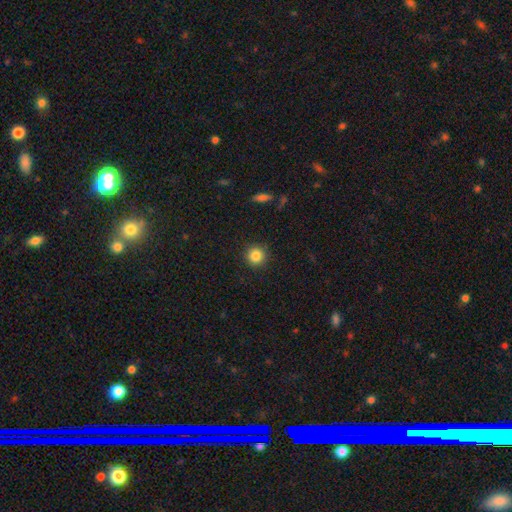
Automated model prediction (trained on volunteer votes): smooth_or_featured: smooth (p=0.84) [alt: star or artifact p=0.11]
how_rounded: round (p=0.94) [alt: in between p=0.05]
merging: none (p=0.91) [alt: minor disturbance p=0.06]